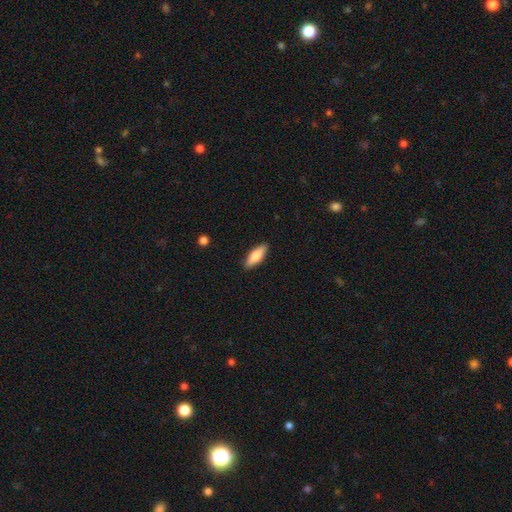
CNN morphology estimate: Smooth or featured? smooth (71%)
How rounded? in between (59%)
Merging? none (89%)